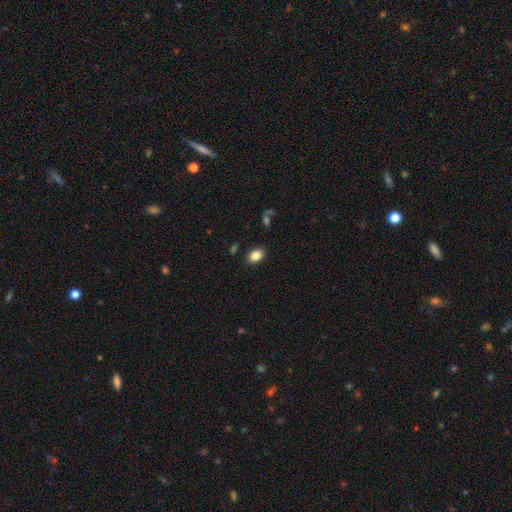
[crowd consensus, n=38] smooth-or-featured: smooth: 89% | star or artifact: 8% | featured or disk: 3%
  how-rounded: in between: 79% | round: 21% | cigar-shaped: 0%
  merging: none: 94% | minor disturbance: 6% | major disturbance: 0% | merger: 0%